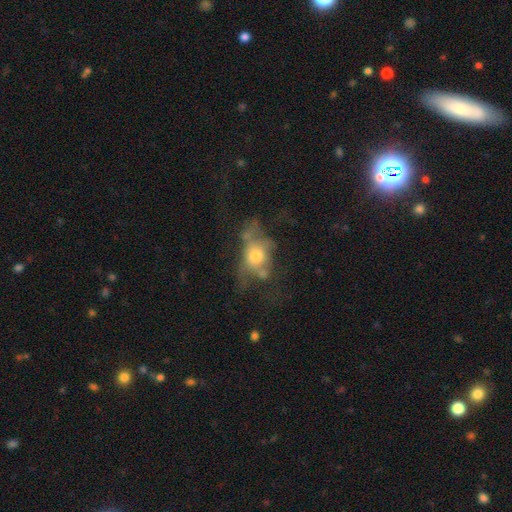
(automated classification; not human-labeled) A featured or disk galaxy (44%).

Vote fractions:
- Smooth or featured? featured or disk: 44% / smooth: 43% / star or artifact: 13%
- Merging? major disturbance: 40% / none: 29% / minor disturbance: 20% / merger: 11%